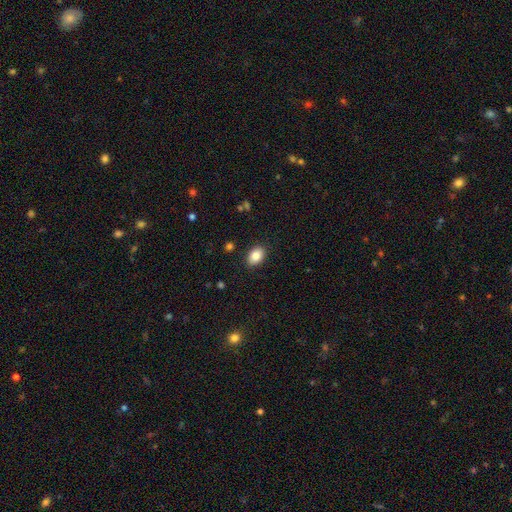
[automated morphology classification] Q: Smooth or featured?
A: smooth (86%); runner-up: star or artifact (8%)
Q: How rounded?
A: in between (82%); runner-up: round (17%)
Q: Merging?
A: none (88%); runner-up: minor disturbance (9%)